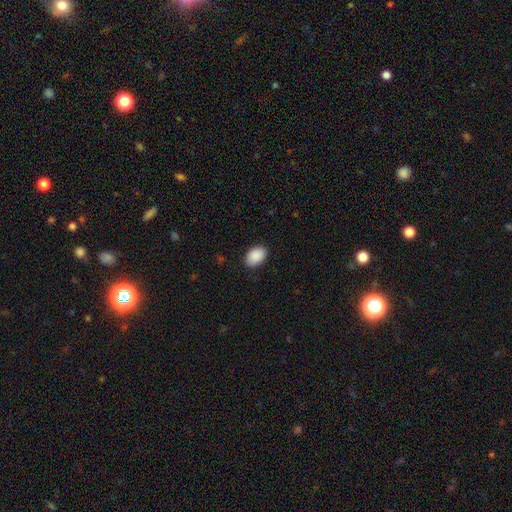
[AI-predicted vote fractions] Smooth or featured?
  - smooth: 91% *
  - star or artifact: 7%
  - featured or disk: 3%
How rounded?
  - in between: 86% *
  - round: 13%
  - cigar-shaped: 1%
Merging?
  - none: 88% *
  - minor disturbance: 9%
  - major disturbance: 2%
  - merger: 1%